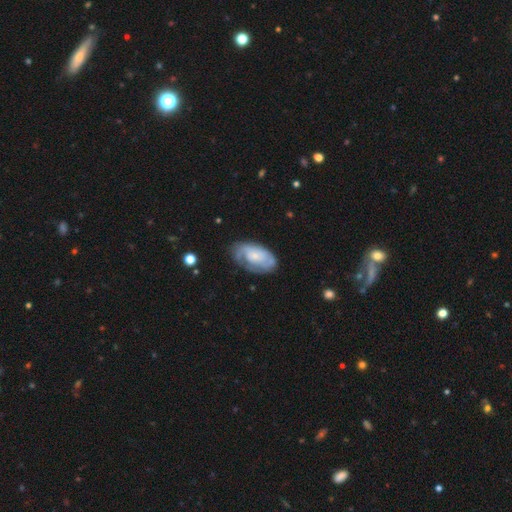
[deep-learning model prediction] Smooth or featured: featured or disk — 60% (smooth — 34%)
Edge-on disk: no — 95% (yes — 5%)
Bar: no — 76% (weak — 20%)
Spiral arms: yes — 78% (no — 22%)
Bulge size: small — 62% (moderate — 24%)
Merging: none — 59% (minor disturbance — 26%)